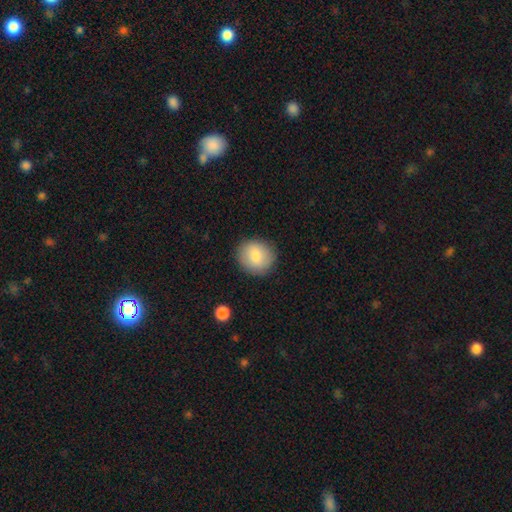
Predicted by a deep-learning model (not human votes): Q: Smooth or featured?
A: smooth (81%); runner-up: featured or disk (12%)
Q: How rounded?
A: round (83%); runner-up: in between (16%)
Q: Merging?
A: none (88%); runner-up: minor disturbance (8%)